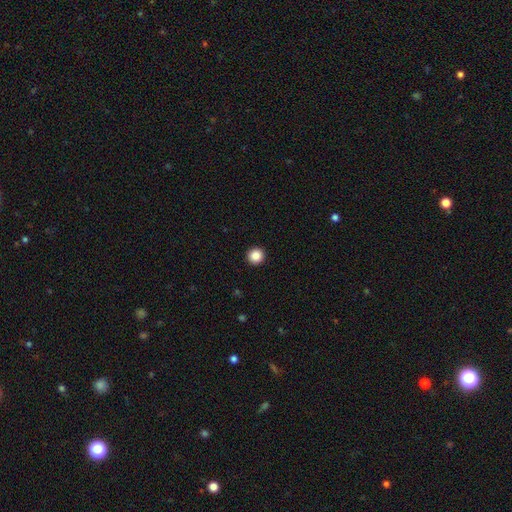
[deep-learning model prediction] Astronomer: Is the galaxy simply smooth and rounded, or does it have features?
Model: smooth — 87%.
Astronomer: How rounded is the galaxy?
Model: round — 95%.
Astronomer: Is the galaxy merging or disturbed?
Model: none — 94%.